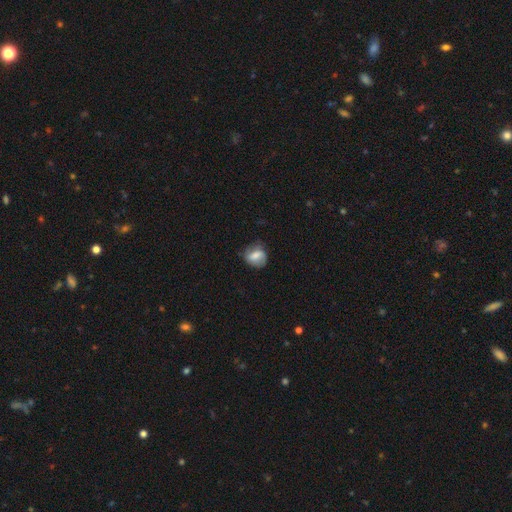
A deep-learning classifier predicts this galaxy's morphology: Smooth or featured: smooth — 59% (featured or disk — 33%)
How rounded: in between — 49% (tied with round — 49%)
Merging: none — 59% (minor disturbance — 27%)